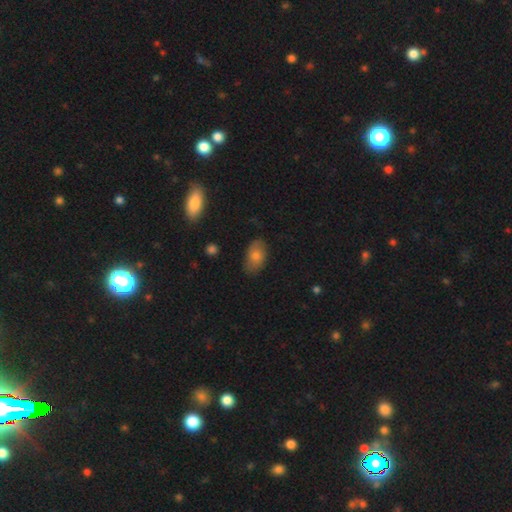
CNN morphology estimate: The model was most divided on "smooth or featured": smooth: 74%, featured or disk: 18%, star or artifact: 9%. More confident: how rounded — in between (91%); merging — none (77%).